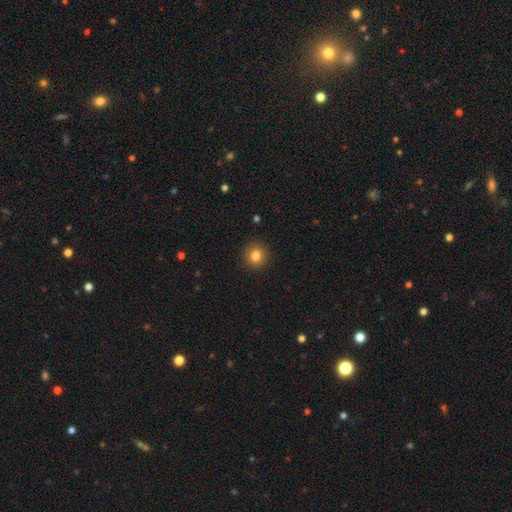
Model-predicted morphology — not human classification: A smooth galaxy with no disk features (82%) that is round (93%).

Vote fractions:
- Smooth or featured? smooth: 82% / star or artifact: 11% / featured or disk: 7%
- How rounded? round: 93% / in between: 6% / cigar-shaped: 1%
- Merging? none: 92% / minor disturbance: 5% / major disturbance: 2% / merger: 1%